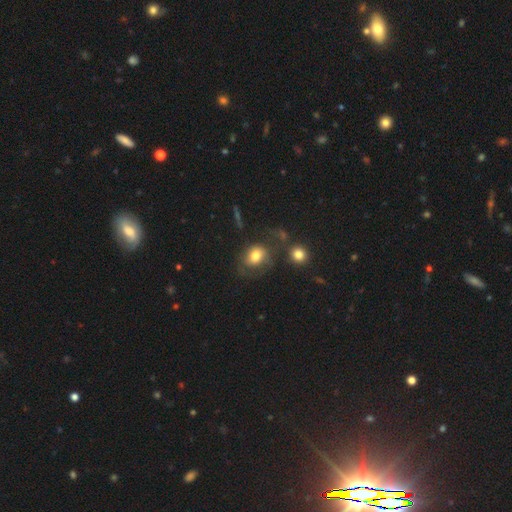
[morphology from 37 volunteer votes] Smooth or featured?
  - smooth: 81% *
  - featured or disk: 16%
  - star or artifact: 3%
How rounded?
  - round: 50% * (tied)
  - in between: 50% * (tied)
  - cigar-shaped: 0%
Merging?
  - none: 31% * (tied)
  - minor disturbance: 31% * (tied)
  - major disturbance: 25%
  - merger: 14%